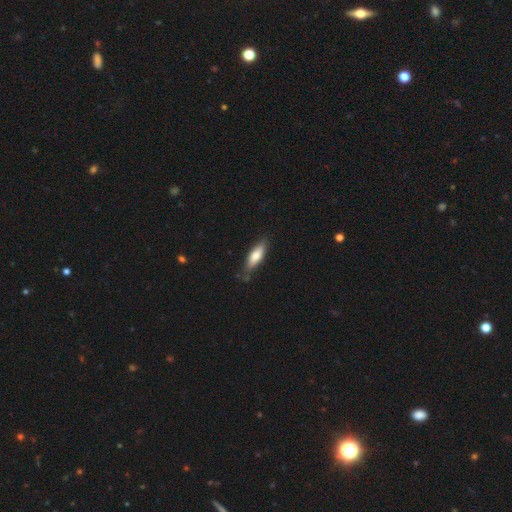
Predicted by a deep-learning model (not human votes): Smooth or featured? smooth (70%)
How rounded? cigar-shaped (52%)
Merging? none (75%)